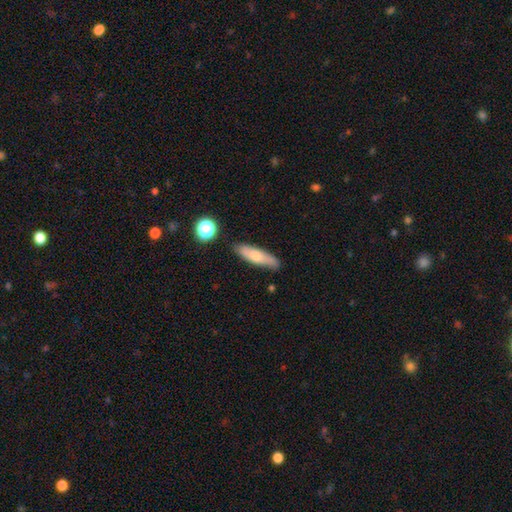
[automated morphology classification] Smooth or featured? Predicted: smooth (p=0.67). How rounded? Predicted: cigar-shaped (p=0.65). Merging? Predicted: none (p=0.79).